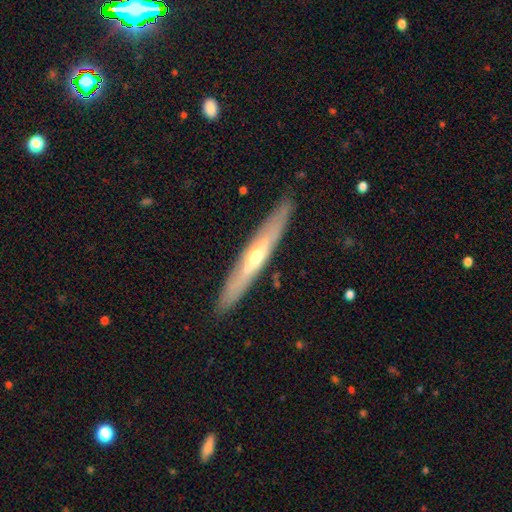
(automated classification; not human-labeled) The model was most divided on "smooth or featured": featured or disk: 64%, smooth: 31%, star or artifact: 5%. More confident: merging — none (89%); edge-on disk — yes (83%); edge-on bulge — rounded (79%).